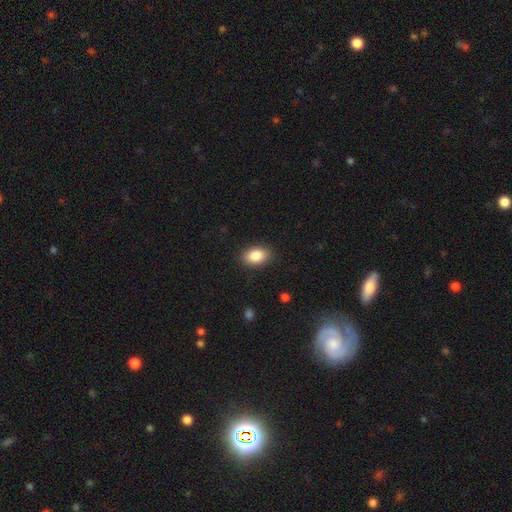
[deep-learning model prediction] Morphology: type=smooth (86%); roundness=in between (86%); merging=none (88%).